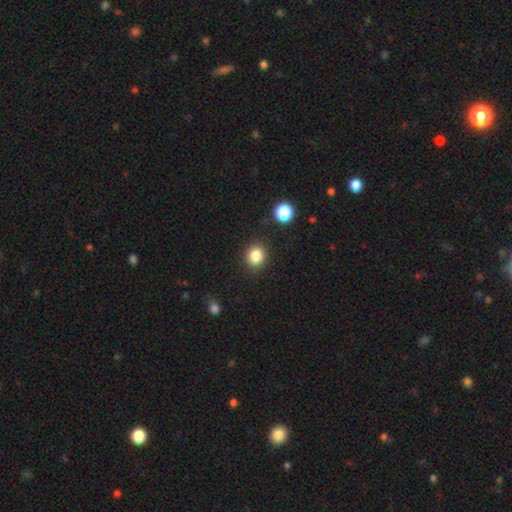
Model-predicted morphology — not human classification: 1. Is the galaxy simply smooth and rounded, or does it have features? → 84% smooth, 11% star or artifact, 5% featured or disk.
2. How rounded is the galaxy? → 78% round, 21% in between, 1% cigar-shaped.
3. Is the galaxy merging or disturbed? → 86% none, 9% minor disturbance, 3% major disturbance, 2% merger.